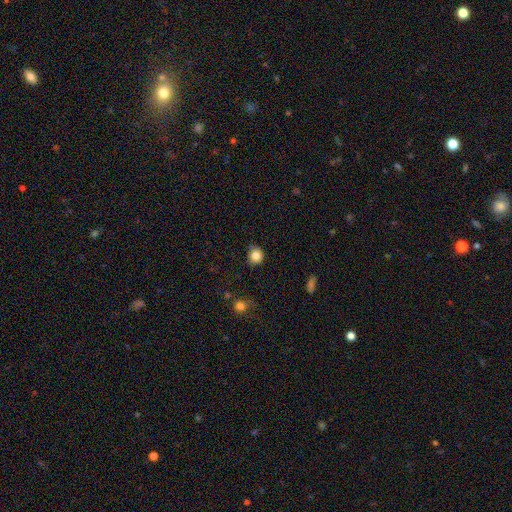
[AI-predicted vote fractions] smooth_or_featured: smooth (p=0.83) [alt: star or artifact p=0.11]
how_rounded: round (p=0.84) [alt: in between p=0.15]
merging: none (p=0.76) [alt: minor disturbance p=0.19]